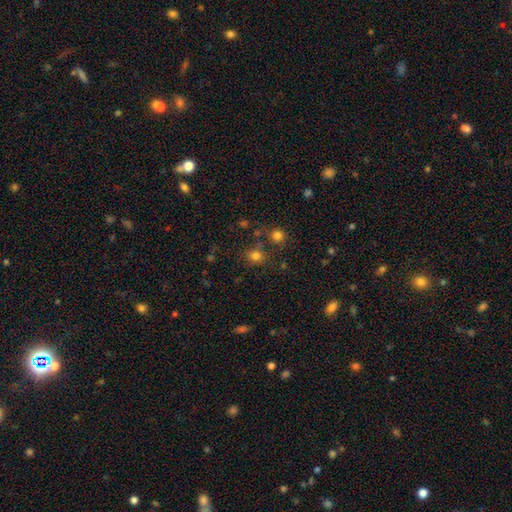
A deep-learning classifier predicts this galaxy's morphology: A smooth galaxy with no disk features (76%) that is round (74%).

Vote fractions:
- Smooth or featured? smooth: 76% / star or artifact: 17% / featured or disk: 7%
- How rounded? round: 74% / in between: 24% / cigar-shaped: 1%
- Merging? none: 70% / merger: 13% / minor disturbance: 12% / major disturbance: 5%